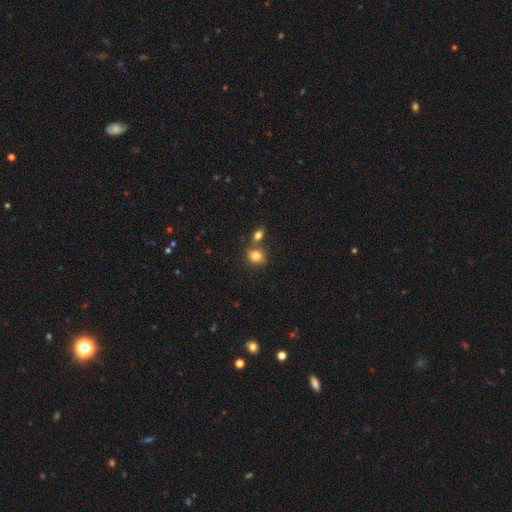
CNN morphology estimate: Smooth or featured? Predicted: smooth (p=0.83). How rounded? Predicted: round (p=0.55). Merging? Predicted: none (p=0.55).